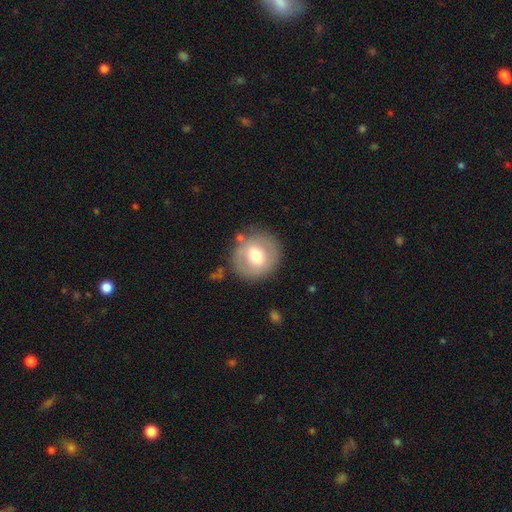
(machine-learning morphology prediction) Q: Smooth or featured?
A: smooth (57%); runner-up: featured or disk (36%)
Q: How rounded?
A: round (90%); runner-up: in between (9%)
Q: Merging?
A: none (82%); runner-up: minor disturbance (10%)